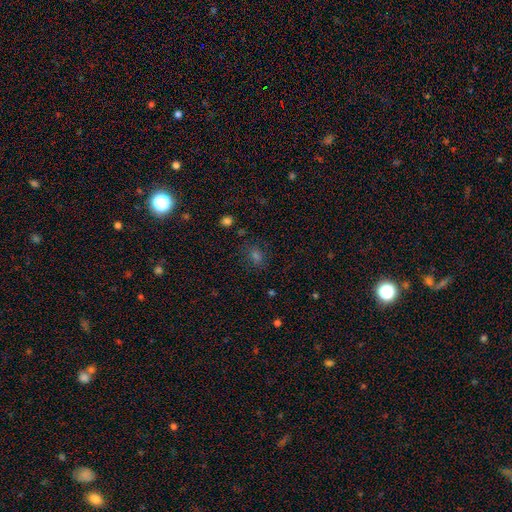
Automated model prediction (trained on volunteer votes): A smooth galaxy with no disk features (53%) that is round (58%).

Vote fractions:
- Smooth or featured? smooth: 53% / star or artifact: 37% / featured or disk: 10%
- How rounded? round: 58% / in between: 41% / cigar-shaped: 2%
- Merging? none: 78% / minor disturbance: 13% / major disturbance: 6% / merger: 3%